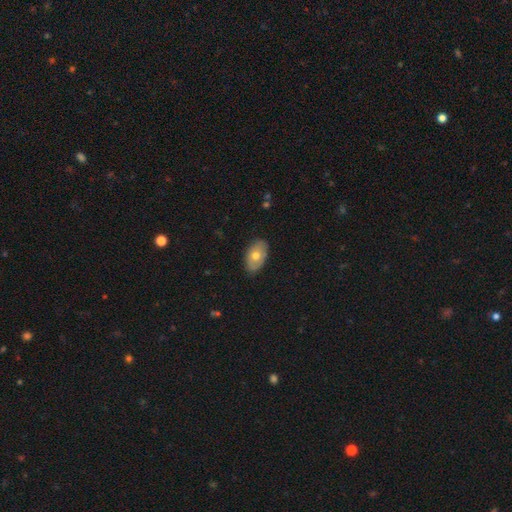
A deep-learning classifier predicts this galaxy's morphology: A smooth galaxy with no disk features (63%) that is in between round and cigar-shaped (92%).

Vote fractions:
- Smooth or featured? smooth: 63% / featured or disk: 31% / star or artifact: 6%
- How rounded? in between: 92% / round: 7% / cigar-shaped: 1%
- Merging? none: 83% / minor disturbance: 13% / major disturbance: 2% / merger: 1%